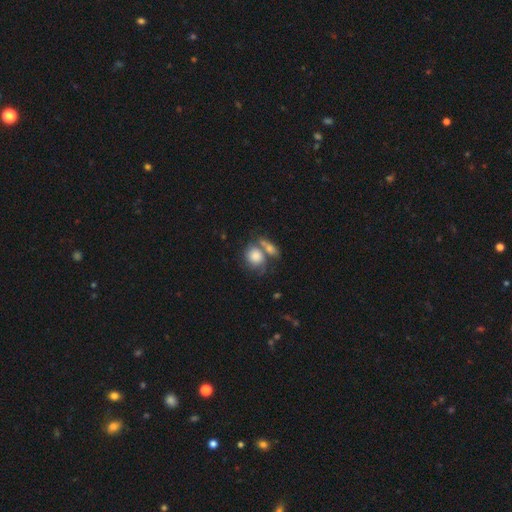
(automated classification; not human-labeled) This is likely a smooth galaxy (68%). How rounded: possibly round (59%). Merging: marginally merger (42%).